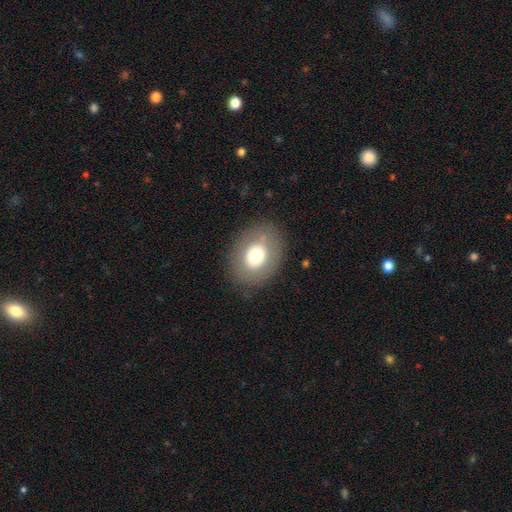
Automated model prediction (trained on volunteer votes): Smooth or featured?
  - smooth: 67% *
  - featured or disk: 23%
  - star or artifact: 10%
How rounded?
  - in between: 56% *
  - round: 43%
  - cigar-shaped: 1%
Merging?
  - none: 82% *
  - minor disturbance: 11%
  - major disturbance: 5%
  - merger: 1%